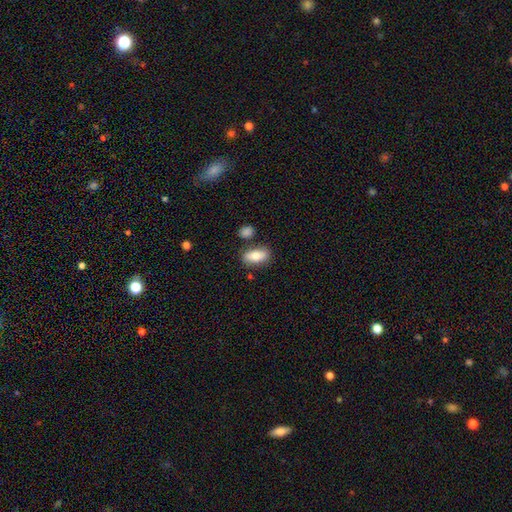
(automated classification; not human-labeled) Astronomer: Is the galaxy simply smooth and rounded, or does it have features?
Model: smooth — 76%.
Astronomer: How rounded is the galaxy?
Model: in between — 86%.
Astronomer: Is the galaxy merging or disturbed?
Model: none — 75%.